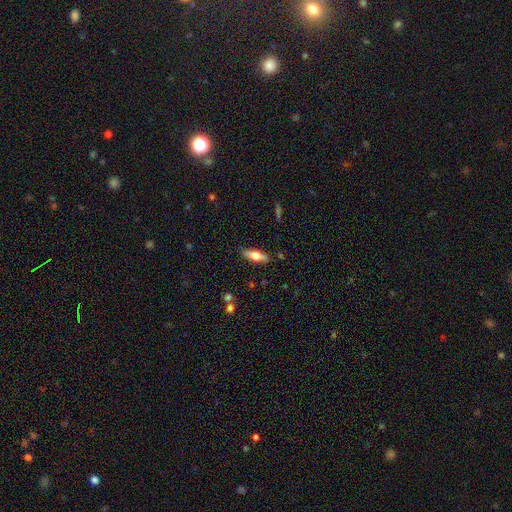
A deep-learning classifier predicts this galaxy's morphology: smooth_or_featured: smooth (p=0.59) [alt: featured or disk p=0.35]
how_rounded: in between (p=0.51) [alt: cigar-shaped p=0.47]
merging: none (p=0.87) [alt: minor disturbance p=0.10]